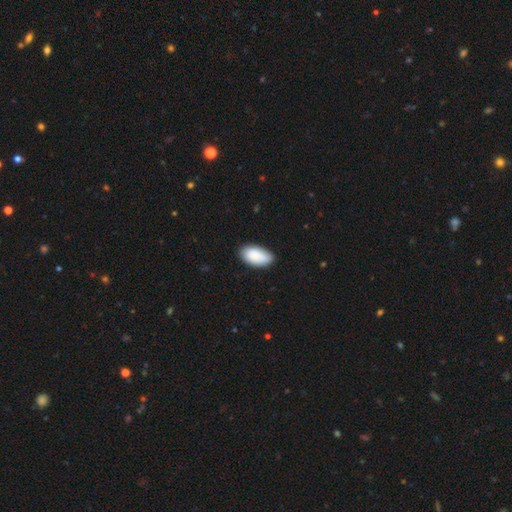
This is clearly a smooth galaxy (90%). How rounded: clearly in between (94%). Merging: possibly none (58%).